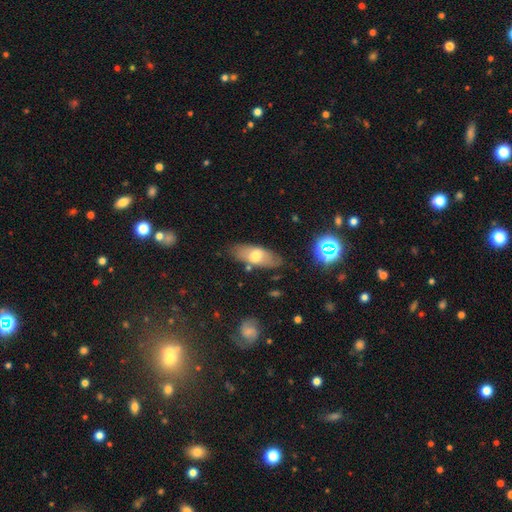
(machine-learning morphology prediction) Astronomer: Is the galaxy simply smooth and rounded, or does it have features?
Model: smooth — 61%.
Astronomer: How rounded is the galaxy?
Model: in between — 81%.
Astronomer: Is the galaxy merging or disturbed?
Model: none — 78%.